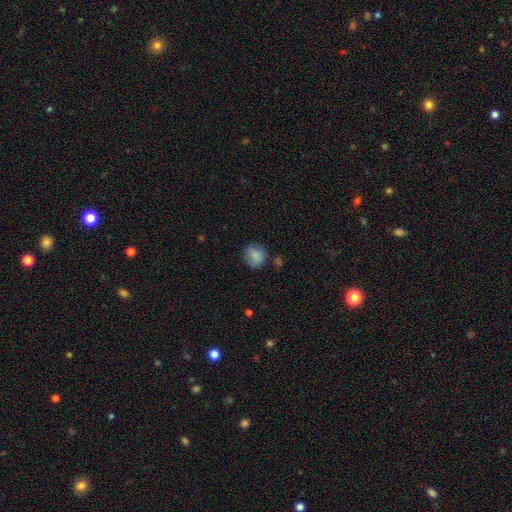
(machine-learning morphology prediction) Smooth or featured? smooth (81%)
How rounded? round (80%)
Merging? none (69%)